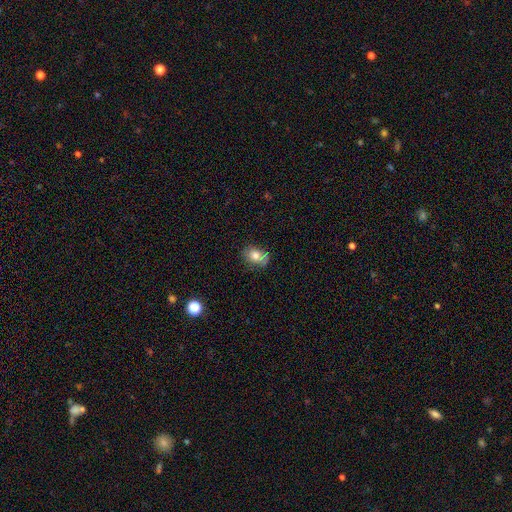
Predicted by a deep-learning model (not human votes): smooth_or_featured: smooth (p=0.72) [alt: featured or disk p=0.18]
how_rounded: in between (p=0.68) [alt: round p=0.31]
merging: none (p=0.59) [alt: minor disturbance p=0.28]